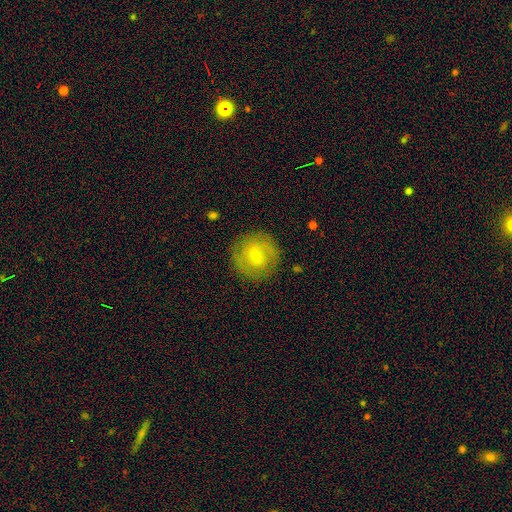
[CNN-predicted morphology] This appears to be a smooth galaxy with no disk features (51%) that is round (93%). Merging: none (86%).